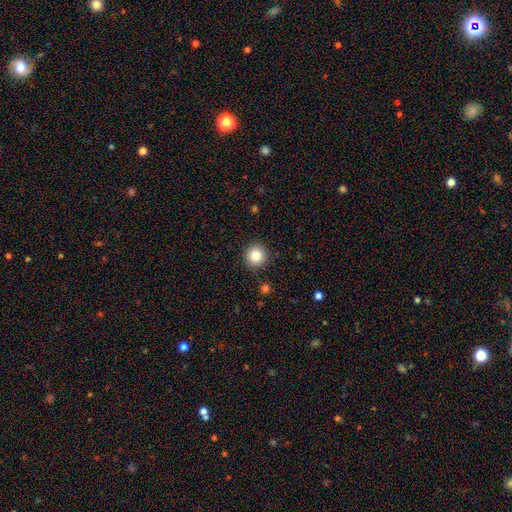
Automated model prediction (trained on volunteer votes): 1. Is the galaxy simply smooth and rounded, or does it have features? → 85% smooth, 10% star or artifact, 5% featured or disk.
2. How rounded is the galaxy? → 95% round, 4% in between, 1% cigar-shaped.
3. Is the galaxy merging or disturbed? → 90% none, 6% minor disturbance, 2% major disturbance, 1% merger.